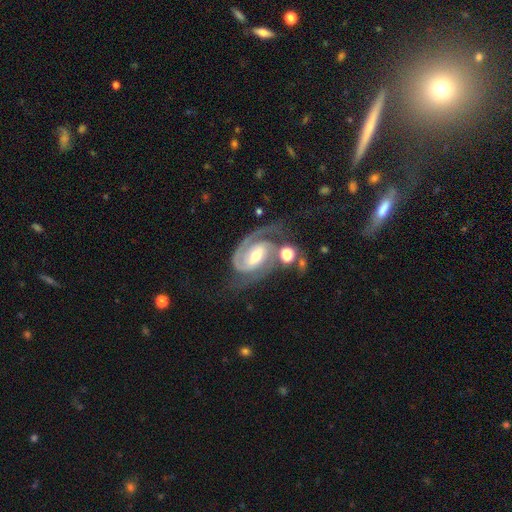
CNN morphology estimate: Smooth or featured: featured or disk — 92% (star or artifact — 4%)
Edge-on disk: no — 97% (yes — 3%)
Bar: weak — 42% (strong — 33%)
Spiral arms: yes — 98% (no — 2%)
Spiral winding: tight — 49% (medium — 43%)
Spiral arm count: 2 — 81% (1 — 9%)
Bulge size: moderate — 58% (small — 35%)
Merging: none — 59% (minor disturbance — 17%)